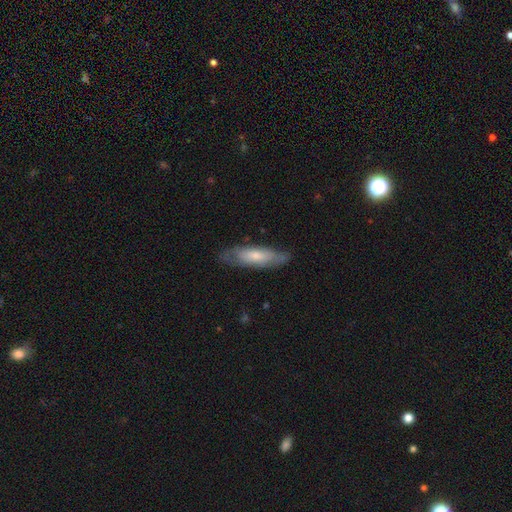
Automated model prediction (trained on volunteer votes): Q: Smooth or featured?
A: smooth (56%); runner-up: featured or disk (38%)
Q: How rounded?
A: cigar-shaped (54%); runner-up: in between (44%)
Q: Merging?
A: none (74%); runner-up: minor disturbance (19%)